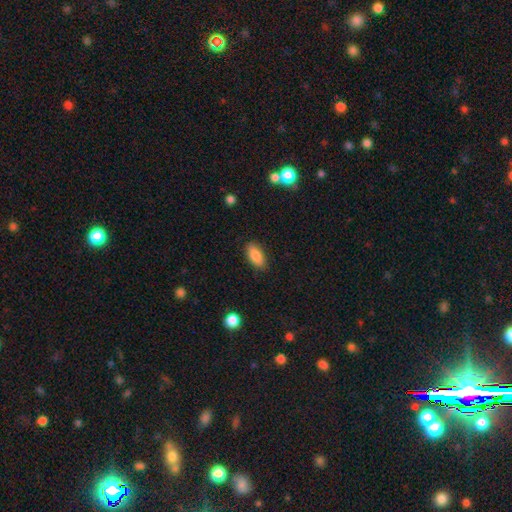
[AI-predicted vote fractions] Smooth or featured: smooth — 84% (featured or disk — 8%)
How rounded: in between — 86% (cigar-shaped — 11%)
Merging: none — 87% (minor disturbance — 10%)